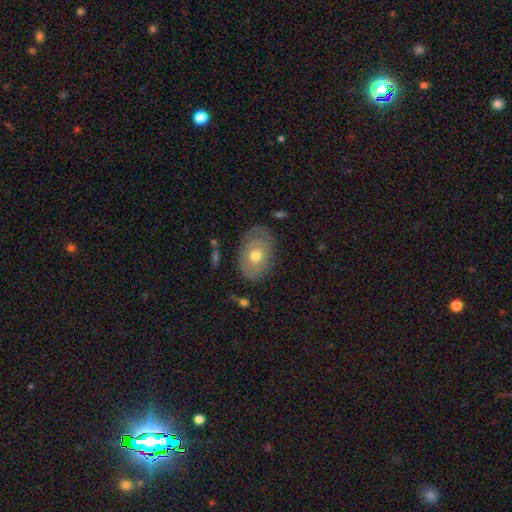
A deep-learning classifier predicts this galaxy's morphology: Overall: smooth (50%; featured or disk 42%). How rounded: in between (75%). Merging: none (73%).